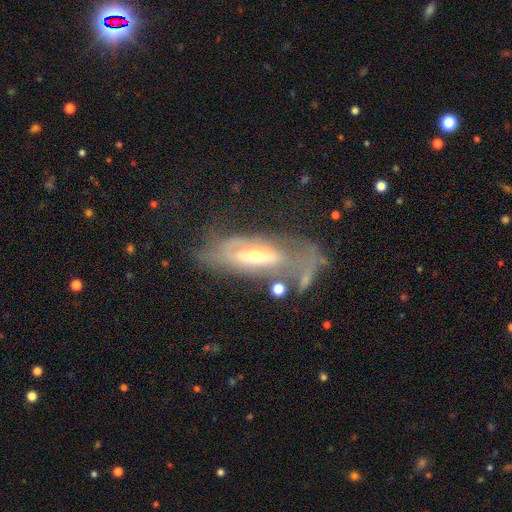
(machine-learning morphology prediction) Q: Smooth or featured?
A: featured or disk (73%); runner-up: smooth (20%)
Q: Edge-on disk?
A: no (80%); runner-up: yes (20%)
Q: Bar?
A: no (47%); runner-up: weak (30%)
Q: Spiral arms?
A: yes (66%); runner-up: no (34%)
Q: Bulge size?
A: moderate (60%); runner-up: small (32%)
Q: Merging?
A: none (36%); runner-up: major disturbance (33%)